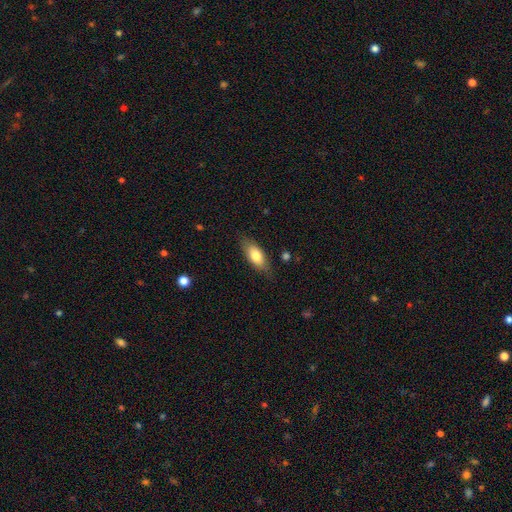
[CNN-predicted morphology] type=smooth (76%); roundness=in between (80%); merging=none (81%).